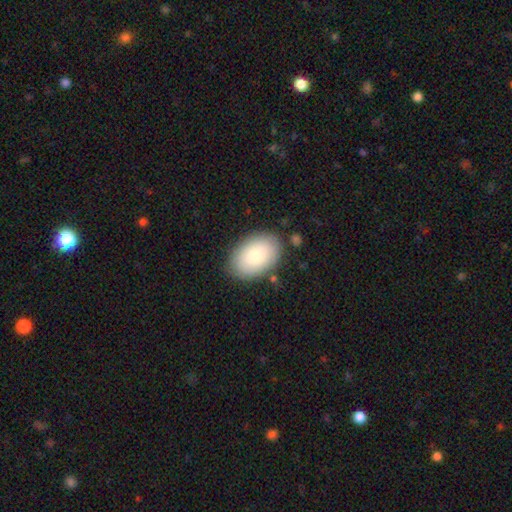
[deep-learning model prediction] A smooth galaxy with no disk features (81%) that is in between round and cigar-shaped (88%).

Vote fractions:
- Smooth or featured? smooth: 81% / featured or disk: 13% / star or artifact: 6%
- How rounded? in between: 88% / round: 11% / cigar-shaped: 1%
- Merging? none: 82% / minor disturbance: 12% / major disturbance: 3% / merger: 2%